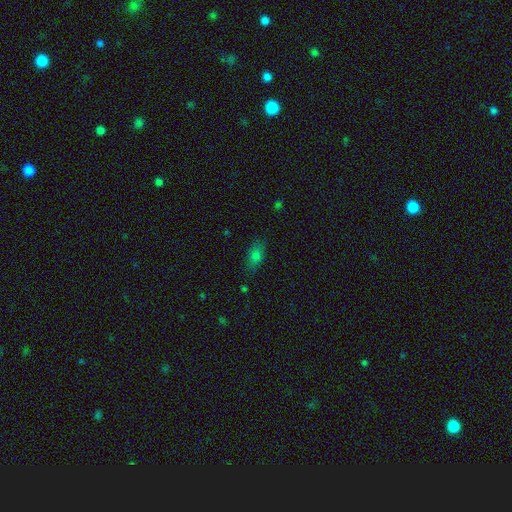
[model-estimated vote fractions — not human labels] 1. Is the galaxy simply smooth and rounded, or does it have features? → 73% smooth, 13% featured or disk, 13% star or artifact.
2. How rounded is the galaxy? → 82% in between, 10% cigar-shaped, 8% round.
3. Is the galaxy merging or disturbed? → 79% none, 15% minor disturbance, 4% major disturbance, 2% merger.